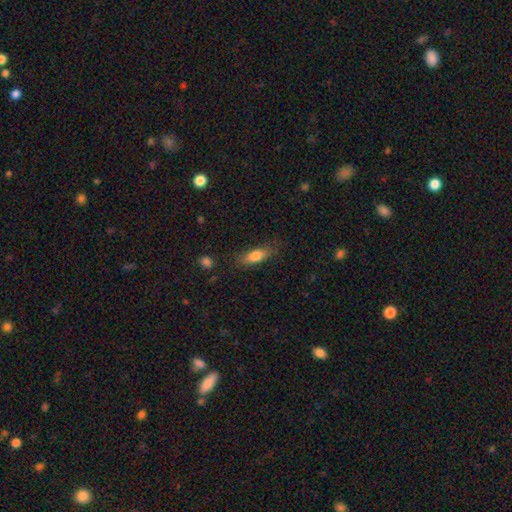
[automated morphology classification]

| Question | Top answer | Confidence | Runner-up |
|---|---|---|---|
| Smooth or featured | smooth | 79% | featured or disk (14%) |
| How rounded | in between | 63% | cigar-shaped (34%) |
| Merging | none | 76% | minor disturbance (17%) |